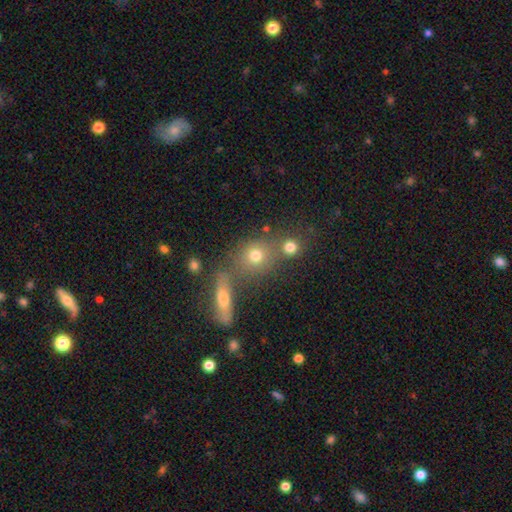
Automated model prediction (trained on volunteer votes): smooth 72%, star or artifact 15%, featured or disk 13%. Down the decision tree: how rounded — round (75%); merging — none (58%).